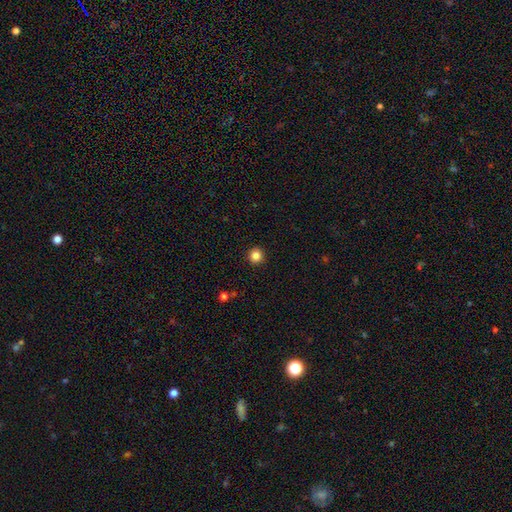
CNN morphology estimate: Smooth or featured? Predicted: smooth (p=0.84). How rounded? Predicted: round (p=0.94). Merging? Predicted: none (p=0.93).